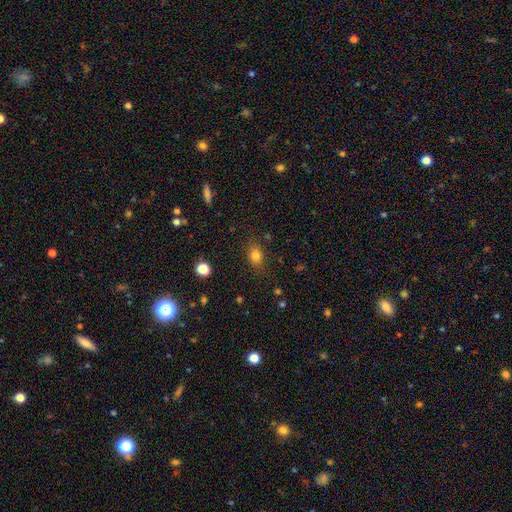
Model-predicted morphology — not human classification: Smooth or featured? smooth (79%)
How rounded? in between (66%)
Merging? none (81%)